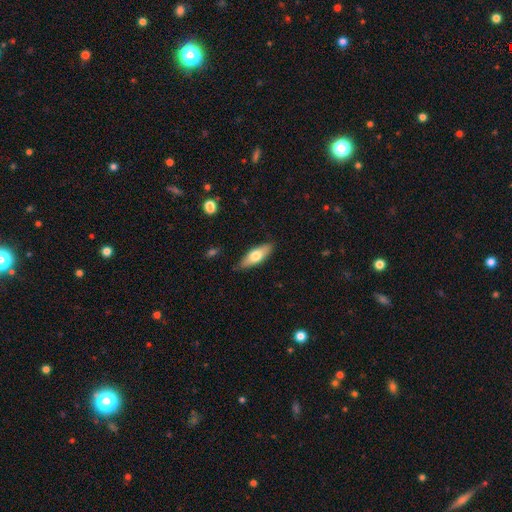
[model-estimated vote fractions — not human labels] smooth 66%, featured or disk 28%, star or artifact 6%. Down the decision tree: how rounded — in between (61%); merging — none (82%).